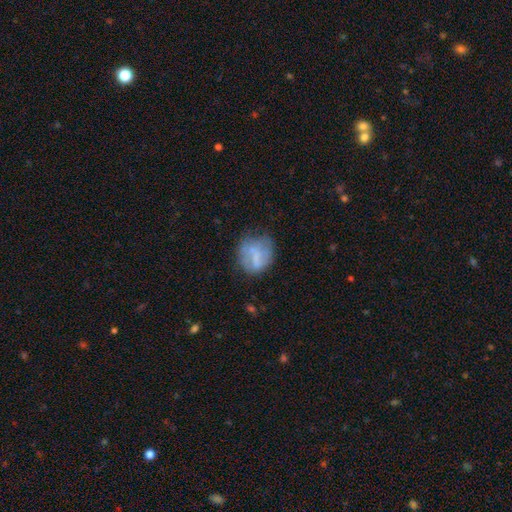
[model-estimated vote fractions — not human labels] Morphology: type=smooth (50%); roundness=round (74%); merging=none (53%).